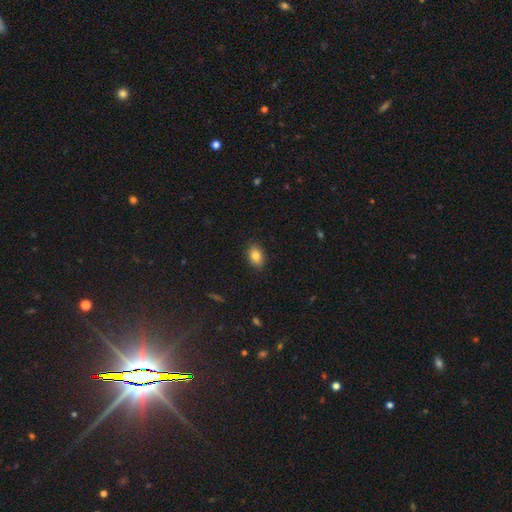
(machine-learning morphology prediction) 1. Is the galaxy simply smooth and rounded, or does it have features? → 83% smooth, 9% featured or disk, 9% star or artifact.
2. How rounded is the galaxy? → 83% in between, 15% round, 2% cigar-shaped.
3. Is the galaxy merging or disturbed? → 87% none, 10% minor disturbance, 2% major disturbance, 1% merger.